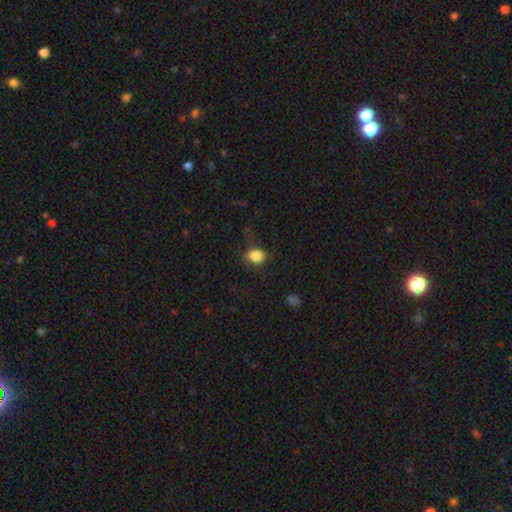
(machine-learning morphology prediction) Smooth or featured?
  - smooth: 85% *
  - star or artifact: 10%
  - featured or disk: 5%
How rounded?
  - in between: 54% *
  - round: 45%
  - cigar-shaped: 1%
Merging?
  - none: 68% *
  - minor disturbance: 22%
  - major disturbance: 9%
  - merger: 1%